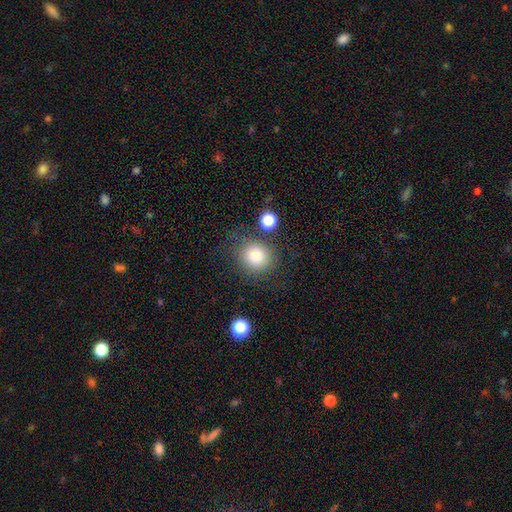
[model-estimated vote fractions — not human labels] The model was most divided on "merging": none: 75%, minor disturbance: 13%, merger: 6%, major disturbance: 6%. More confident: smooth or featured — smooth (81%); how rounded — round (81%).